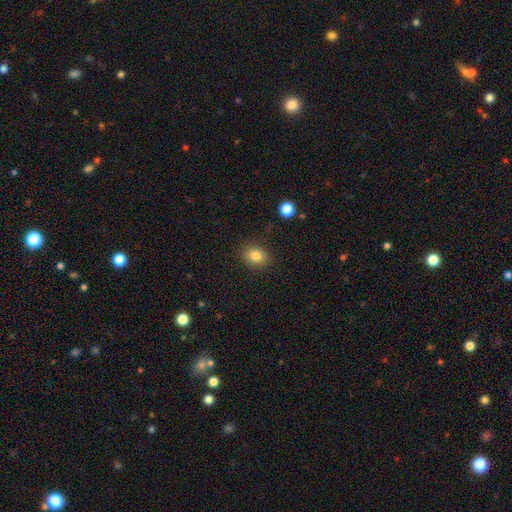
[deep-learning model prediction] smooth_or_featured: smooth (p=0.83) [alt: star or artifact p=0.10]
how_rounded: in between (p=0.54) [alt: round p=0.45]
merging: none (p=0.87) [alt: minor disturbance p=0.09]